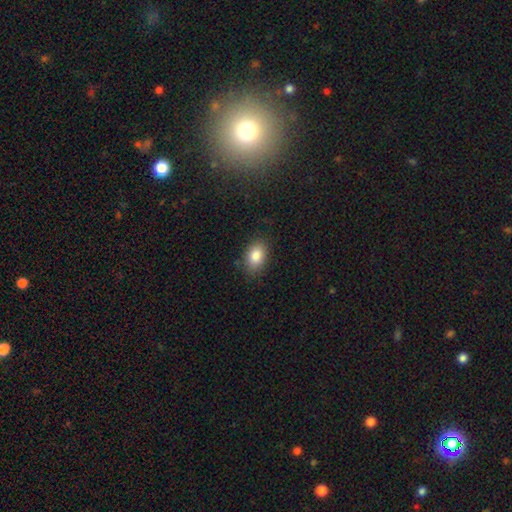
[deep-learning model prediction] Morphology: type=smooth (85%); roundness=in between (86%); merging=none (82%).